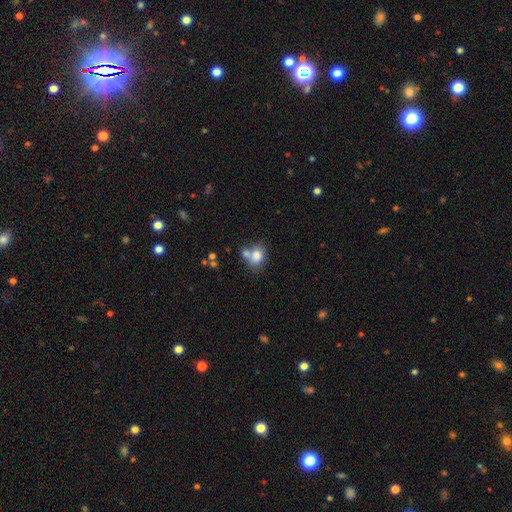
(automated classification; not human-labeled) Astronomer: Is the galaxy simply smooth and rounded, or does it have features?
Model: smooth — 79%.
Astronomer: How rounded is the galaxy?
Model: in between — 58% (runner-up: round, 41%).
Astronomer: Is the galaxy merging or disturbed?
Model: merger — 42% (runner-up: none, 40%).